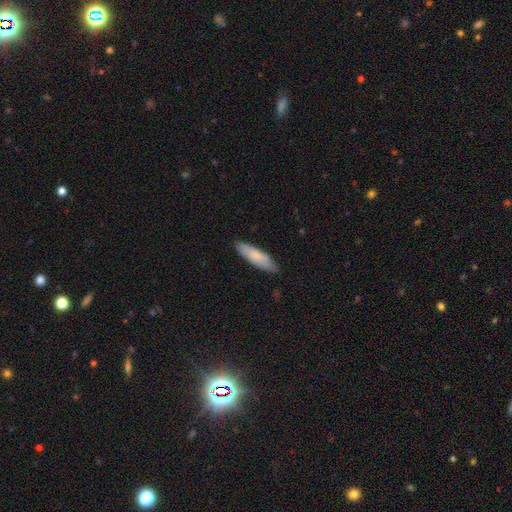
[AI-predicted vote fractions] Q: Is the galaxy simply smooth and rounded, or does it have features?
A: smooth — 80%.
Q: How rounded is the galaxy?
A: cigar-shaped — 64%.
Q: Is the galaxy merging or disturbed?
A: none — 85%.